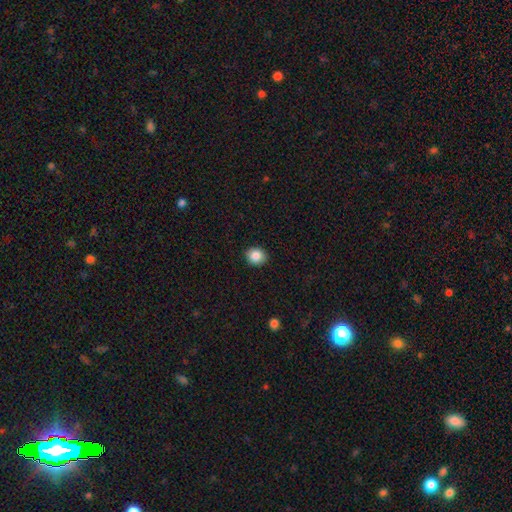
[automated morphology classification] Smooth or featured?
  - smooth: 86% *
  - star or artifact: 9%
  - featured or disk: 5%
How rounded?
  - round: 77% *
  - in between: 22%
  - cigar-shaped: 1%
Merging?
  - none: 91% *
  - minor disturbance: 7%
  - major disturbance: 2%
  - merger: 1%